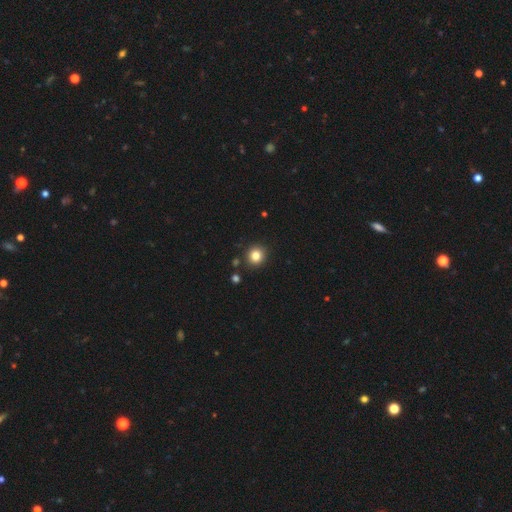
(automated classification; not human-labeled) The model was most divided on "smooth or featured": smooth: 82%, star or artifact: 12%, featured or disk: 6%. More confident: how rounded — round (91%); merging — none (89%).